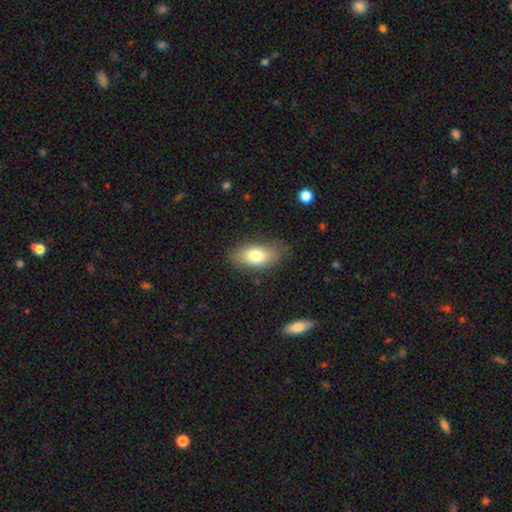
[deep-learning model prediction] Smooth or featured: smooth — 75% (featured or disk — 17%)
How rounded: in between — 88% (cigar-shaped — 8%)
Merging: none — 79% (minor disturbance — 15%)